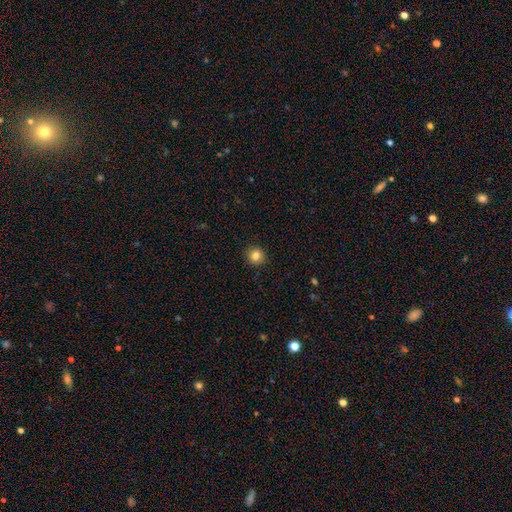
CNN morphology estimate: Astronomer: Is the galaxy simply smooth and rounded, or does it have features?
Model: smooth — 83%.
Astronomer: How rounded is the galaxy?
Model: round — 93%.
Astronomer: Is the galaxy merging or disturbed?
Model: none — 92%.